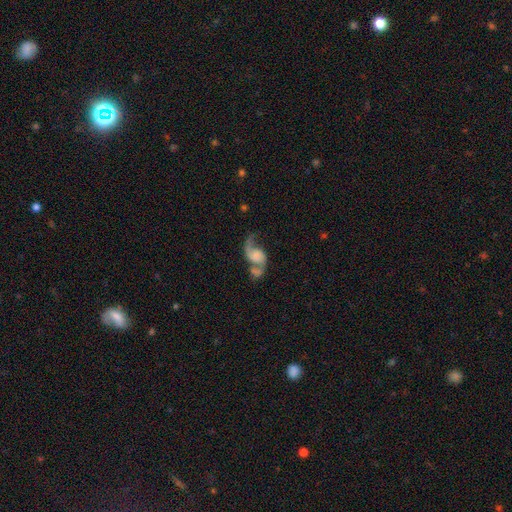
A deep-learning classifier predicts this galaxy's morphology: This appears to be a featured or disk galaxy (73%) with no bar (66%), 2 (76%) loose (74%) spiral arms (90%) and no central bulge (45%). Merging: merger (36%).